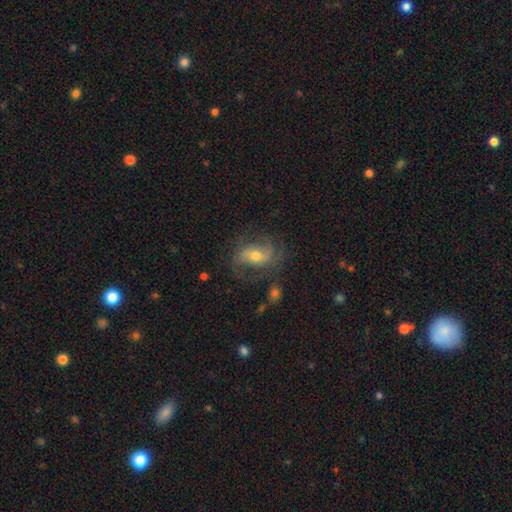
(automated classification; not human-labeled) smooth-or-featured: featured or disk: 70% | smooth: 21% | star or artifact: 9%
  disk-edge-on: no: 95% | yes: 5%
    bar: weak: 42% | no: 37% | strong: 21%
    has-spiral-arms: yes: 87% | no: 13%
      spiral-winding: medium: 46% | loose: 30% | tight: 24%
      spiral-arm-count: 2: 62% | can't tell: 19% | 3: 9% | 1: 5% | 4: 3% | more than 4: 2%
    bulge-size: moderate: 63% | small: 28% | large: 7% | none: 2% | dominant: 1%
  merging: none: 62% | minor disturbance: 20% | major disturbance: 16% | merger: 3%